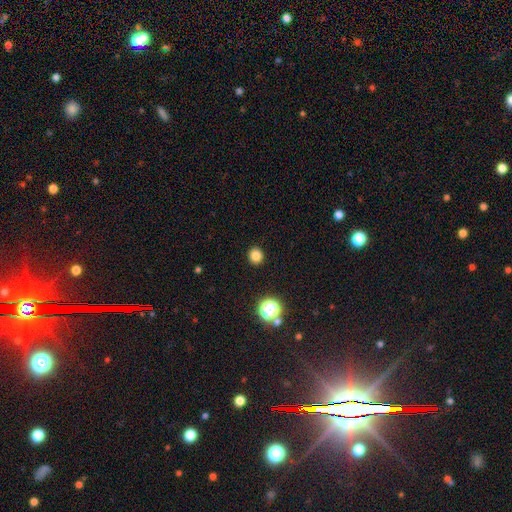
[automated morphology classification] type=smooth (82%); roundness=round (87%); merging=none (92%).